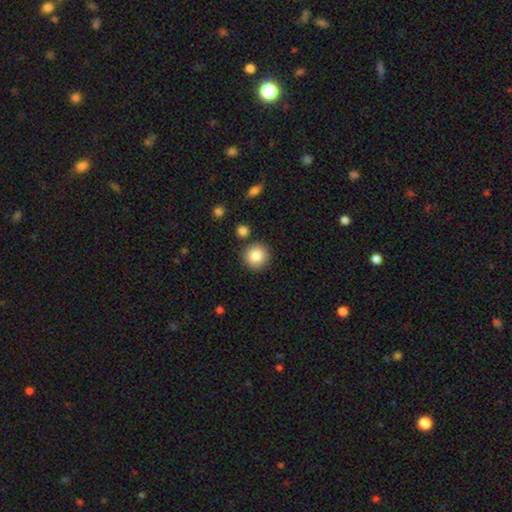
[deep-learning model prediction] This appears to be a smooth galaxy with no disk features (84%) that is round (93%). Merging: none (87%).